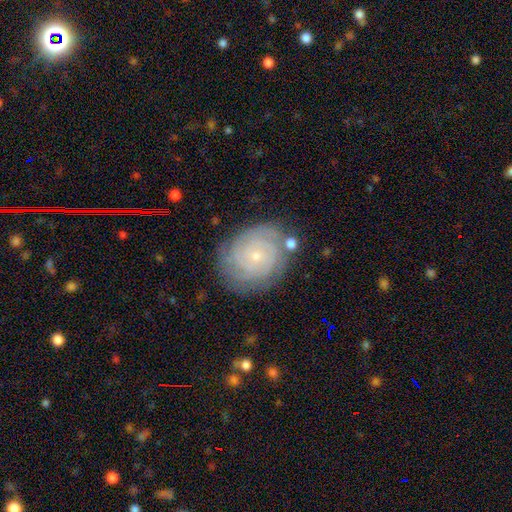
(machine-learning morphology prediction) Overall: featured or disk (81%). Edge-on disk: no (98%). Bar: no (79%). Spiral arms: yes (96%). Spiral arm count: can't tell (31%; 3 20%). Spiral winding: tight (83%). Bulge size: small (82%). Merging: none (78%).